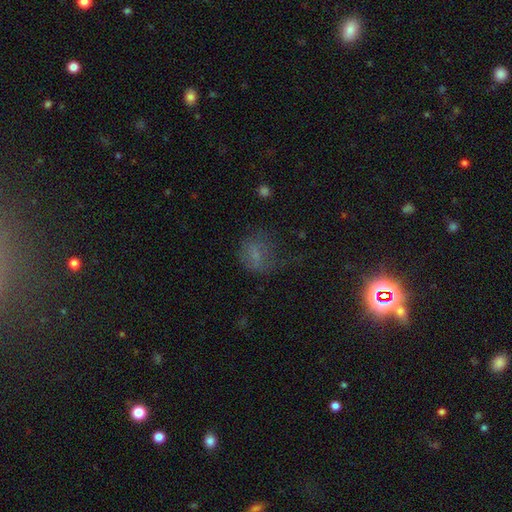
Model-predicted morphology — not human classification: Q: Smooth or featured?
A: smooth (55%); runner-up: featured or disk (23%)
Q: How rounded?
A: round (53%); runner-up: in between (44%)
Q: Merging?
A: none (41%); runner-up: major disturbance (33%)